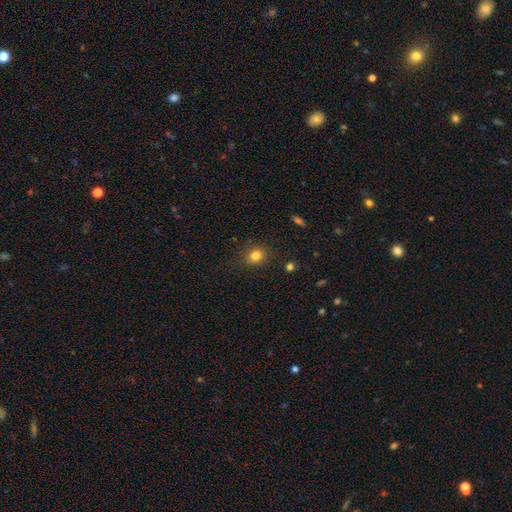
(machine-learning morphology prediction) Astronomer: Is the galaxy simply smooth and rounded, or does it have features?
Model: smooth — 81%.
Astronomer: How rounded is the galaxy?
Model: round — 60% (runner-up: in between, 39%).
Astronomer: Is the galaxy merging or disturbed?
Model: none — 85%.